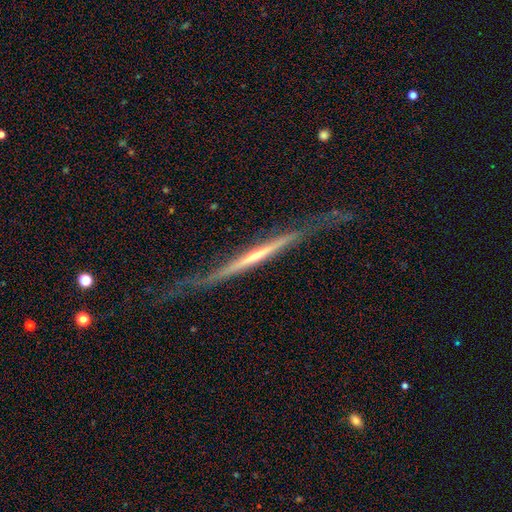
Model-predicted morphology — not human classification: Smooth or featured? Predicted: featured or disk (p=0.84). Edge-on disk? Predicted: yes (p=0.92). Edge-on bulge? Predicted: rounded (p=0.50). Merging? Predicted: none (p=0.66).